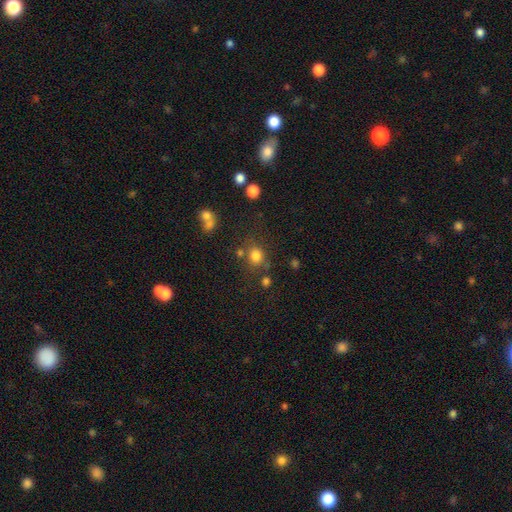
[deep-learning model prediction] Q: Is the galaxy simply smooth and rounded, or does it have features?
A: smooth — 78%.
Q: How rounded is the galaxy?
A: round — 73%.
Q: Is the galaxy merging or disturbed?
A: none — 70%.